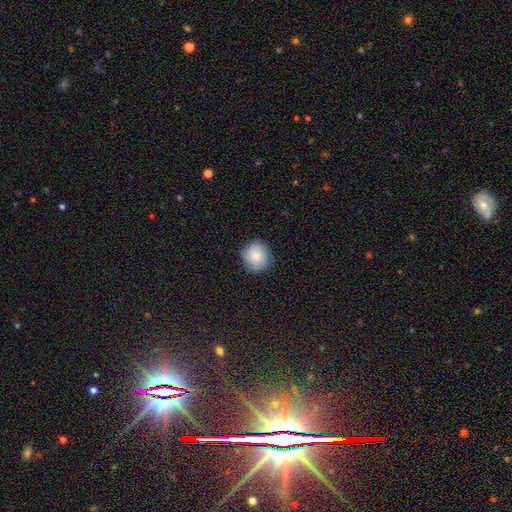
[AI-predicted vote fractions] Q: Smooth or featured?
A: smooth (80%); runner-up: featured or disk (12%)
Q: How rounded?
A: round (92%); runner-up: in between (7%)
Q: Merging?
A: none (85%); runner-up: minor disturbance (11%)